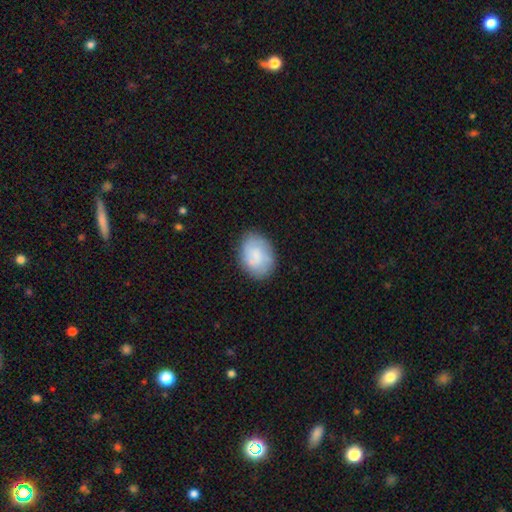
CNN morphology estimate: Smooth or featured: smooth — 72% (featured or disk — 21%)
How rounded: in between — 73% (round — 26%)
Merging: none — 78% (minor disturbance — 16%)